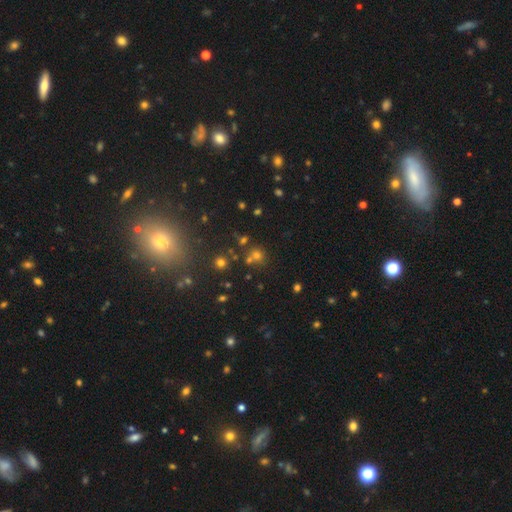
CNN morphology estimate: smooth_or_featured: smooth (p=0.58) [alt: star or artifact p=0.31]
how_rounded: round (p=0.84) [alt: in between p=0.15]
merging: none (p=0.61) [alt: merger p=0.25]